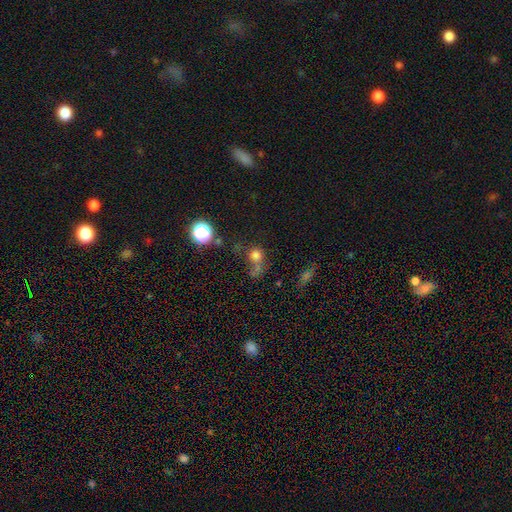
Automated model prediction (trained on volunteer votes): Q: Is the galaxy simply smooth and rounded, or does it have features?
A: smooth — 68%.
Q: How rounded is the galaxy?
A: round — 82%.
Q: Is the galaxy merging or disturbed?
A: none — 42%.